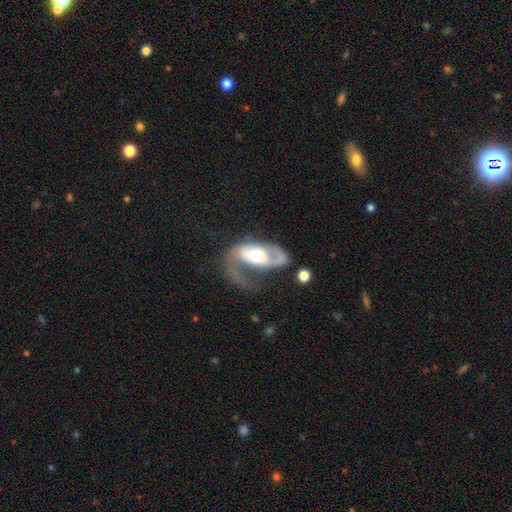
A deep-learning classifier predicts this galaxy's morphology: type=featured or disk (73%); edge-on=no (94%); bar=no (54%); spiral arms=yes (83%); winding=loose (44%); arm count=2 (50%); bulge=moderate (64%); merging=major disturbance (49%).